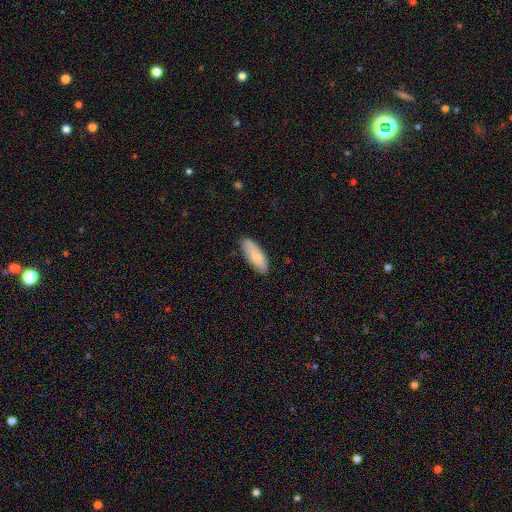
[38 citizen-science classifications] A smooth galaxy with no disk features (74%) that is in between round and cigar-shaped (71%). Merging: none (89%).